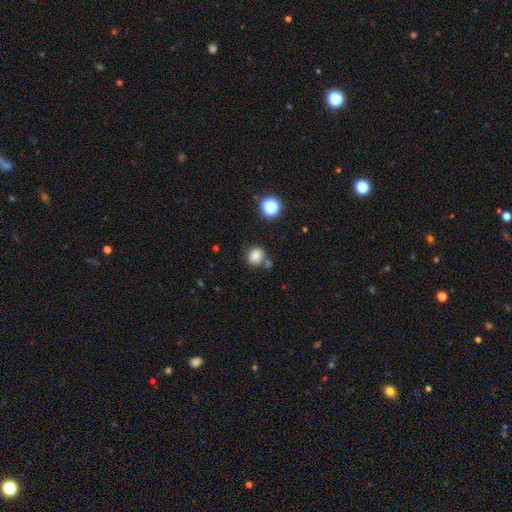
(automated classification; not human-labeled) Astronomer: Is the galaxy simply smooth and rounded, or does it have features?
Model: smooth — 81%.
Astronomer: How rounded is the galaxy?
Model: round — 81%.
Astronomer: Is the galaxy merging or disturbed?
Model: none — 70%.